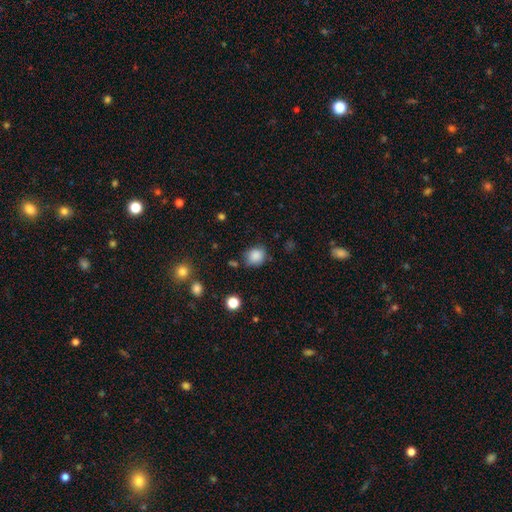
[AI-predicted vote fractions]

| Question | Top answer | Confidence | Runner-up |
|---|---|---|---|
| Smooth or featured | smooth | 85% | star or artifact (10%) |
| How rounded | round | 72% | in between (27%) |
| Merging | none | 68% | minor disturbance (22%) |